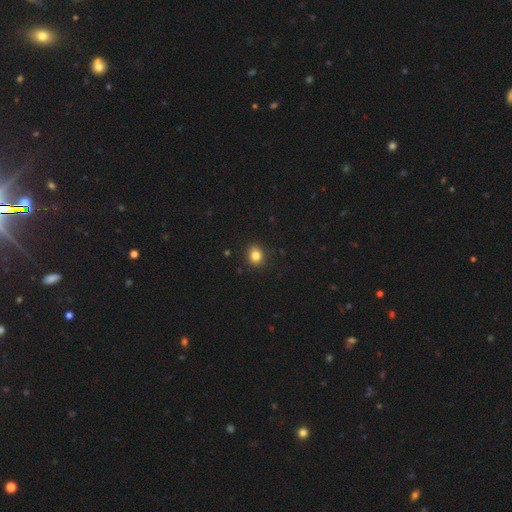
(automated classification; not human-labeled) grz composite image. It shows a smooth galaxy with no disk features (83%) that is round (62%). Merging: none (86%).